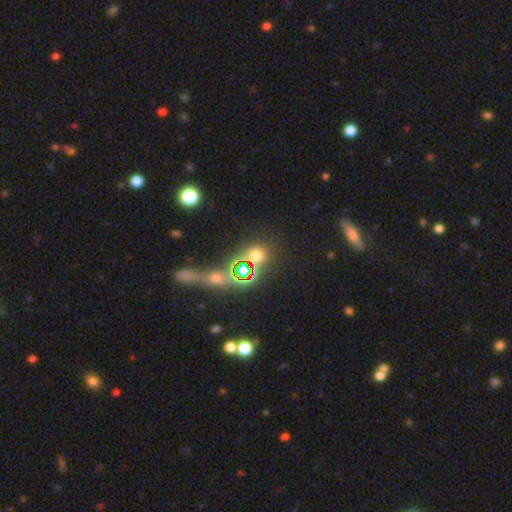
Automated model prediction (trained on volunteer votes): This is possibly a smooth galaxy (46%). Merging: likely none (73%).